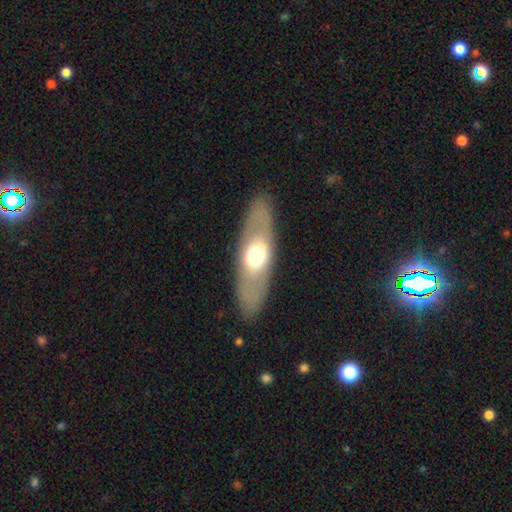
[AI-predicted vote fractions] smooth 50%, featured or disk 43%, star or artifact 7%. Down the decision tree: how rounded — in between (67%); merging — none (86%).